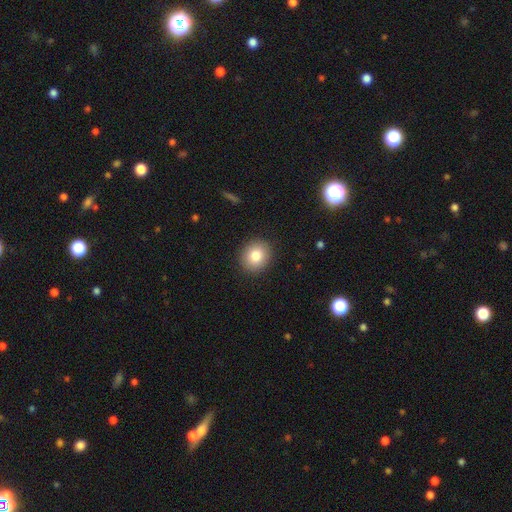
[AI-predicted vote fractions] The model was most divided on "how rounded": round: 78%, in between: 21%, cigar-shaped: 1%. More confident: merging — none (91%); smooth or featured — smooth (82%).